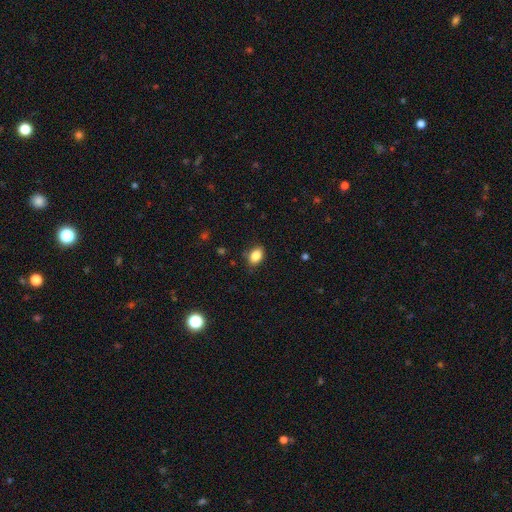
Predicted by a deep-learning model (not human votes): This is clearly a smooth galaxy (86%). How rounded: clearly in between (83%). Merging: clearly none (81%).